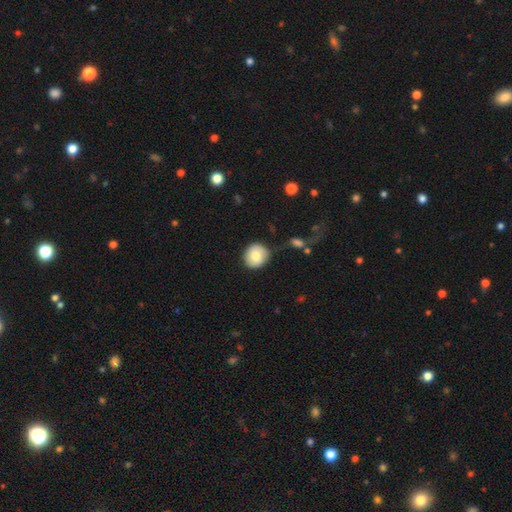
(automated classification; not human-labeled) Smooth or featured: smooth — 78% (featured or disk — 15%)
How rounded: round — 86% (in between — 13%)
Merging: none — 78% (minor disturbance — 15%)